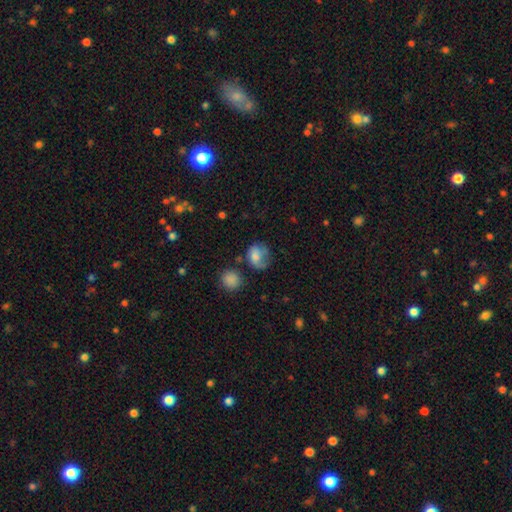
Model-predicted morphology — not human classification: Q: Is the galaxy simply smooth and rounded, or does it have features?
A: smooth — 64%.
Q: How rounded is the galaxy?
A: round — 56%.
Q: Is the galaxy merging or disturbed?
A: none — 42%.